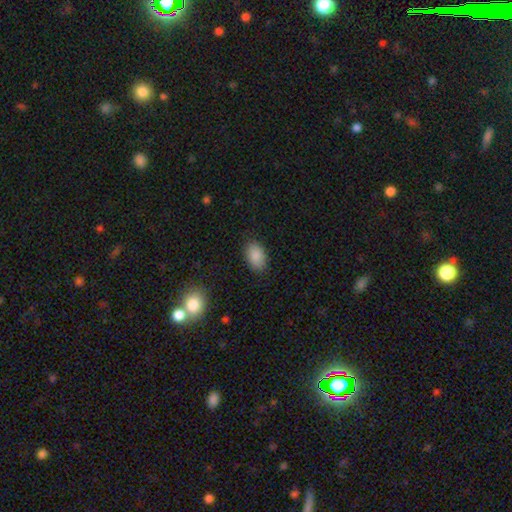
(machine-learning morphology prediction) This is clearly a smooth galaxy (88%). How rounded: clearly in between (88%). Merging: clearly none (85%).